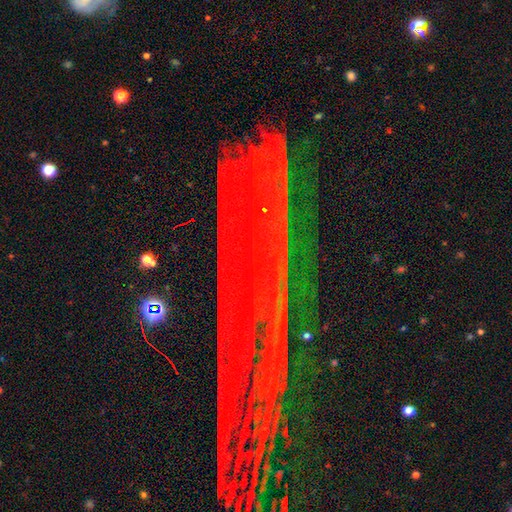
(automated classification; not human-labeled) Q: Smooth or featured?
A: star or artifact (60%); runner-up: featured or disk (28%)